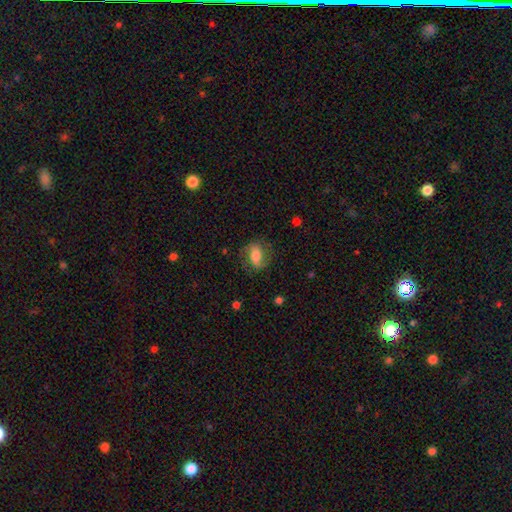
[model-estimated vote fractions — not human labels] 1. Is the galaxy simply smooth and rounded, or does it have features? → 47% smooth, 45% featured or disk, 8% star or artifact.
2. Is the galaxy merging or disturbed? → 71% none, 18% minor disturbance, 10% major disturbance, 1% merger.